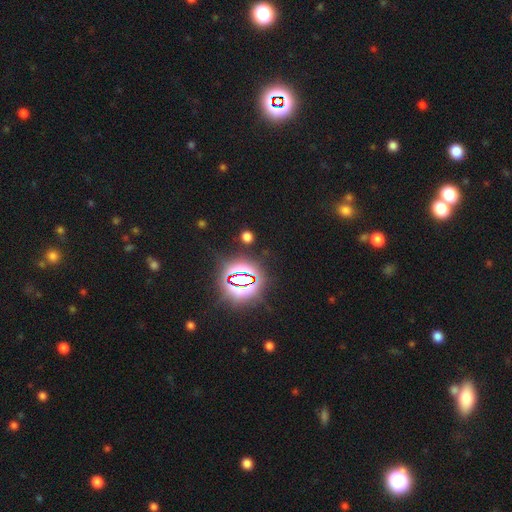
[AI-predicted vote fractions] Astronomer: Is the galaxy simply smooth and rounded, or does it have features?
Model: star or artifact — 82%.